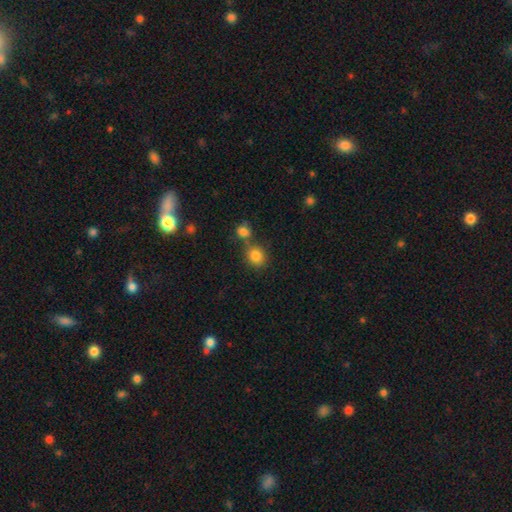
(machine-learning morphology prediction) type=smooth (83%); roundness=round (70%); merging=none (60%).